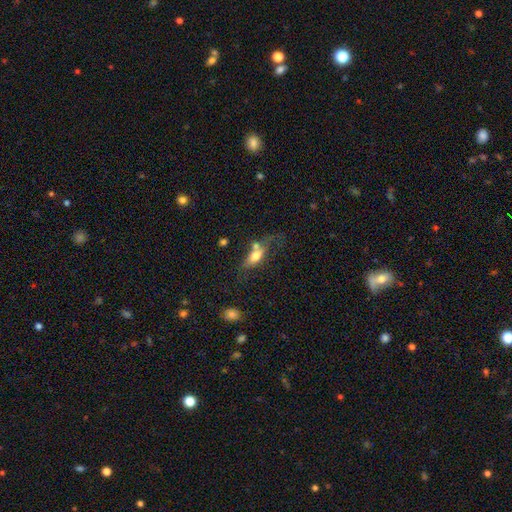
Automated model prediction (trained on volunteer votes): This is likely a smooth galaxy (66%). How rounded: likely in between (75%). Merging: marginally none (33%).